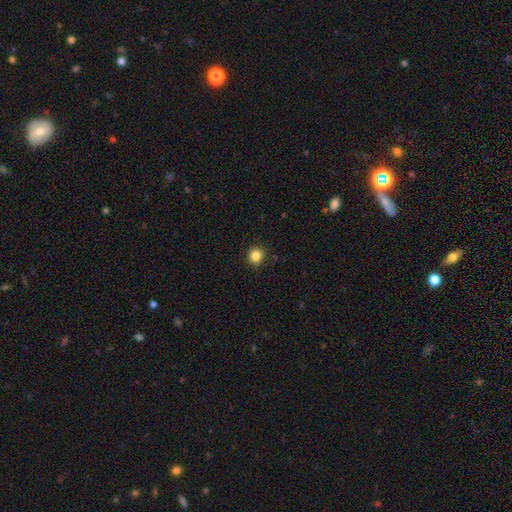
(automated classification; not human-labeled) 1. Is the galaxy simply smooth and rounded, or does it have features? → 84% smooth, 12% star or artifact, 4% featured or disk.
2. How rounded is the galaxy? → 90% round, 9% in between, 1% cigar-shaped.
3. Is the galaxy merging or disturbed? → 90% none, 7% minor disturbance, 2% major disturbance, 1% merger.